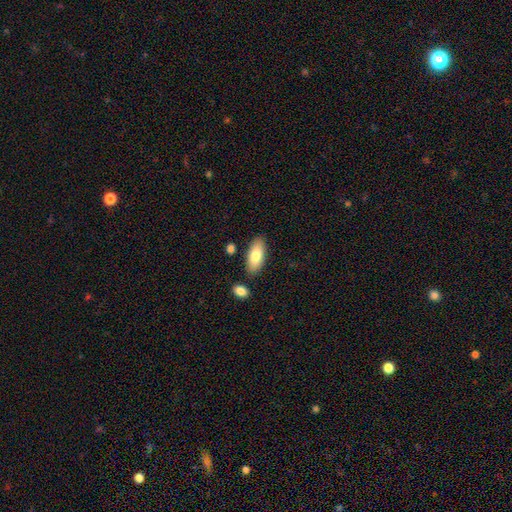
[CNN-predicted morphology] A smooth galaxy with no disk features (80%) that is in between round and cigar-shaped (87%).

Vote fractions:
- Smooth or featured? smooth: 80% / featured or disk: 14% / star or artifact: 6%
- How rounded? in between: 87% / cigar-shaped: 11% / round: 2%
- Merging? none: 83% / minor disturbance: 11% / merger: 5% / major disturbance: 2%